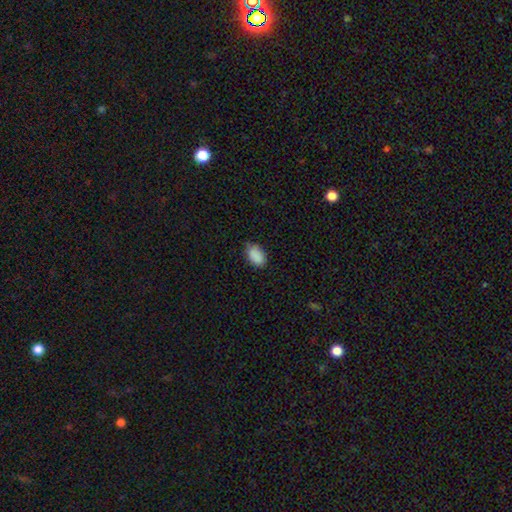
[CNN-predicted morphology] This appears to be a smooth galaxy with no disk features (88%) that is in between round and cigar-shaped (89%). Merging: none (70%).